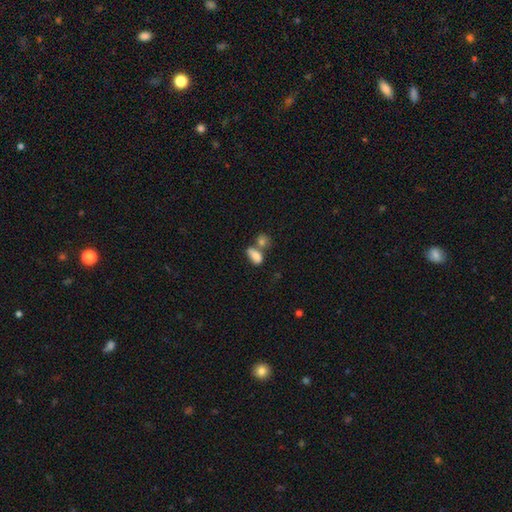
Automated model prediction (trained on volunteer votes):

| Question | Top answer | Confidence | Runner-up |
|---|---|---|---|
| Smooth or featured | smooth | 82% | featured or disk (9%) |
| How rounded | in between | 84% | round (10%) |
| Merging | merger | 43% | none (35%) |